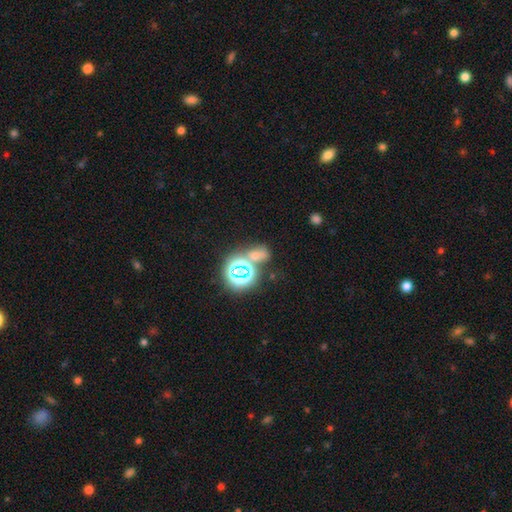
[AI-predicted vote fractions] A smooth galaxy with no disk features (45%, tied with star or artifact). Merging: none (50%).